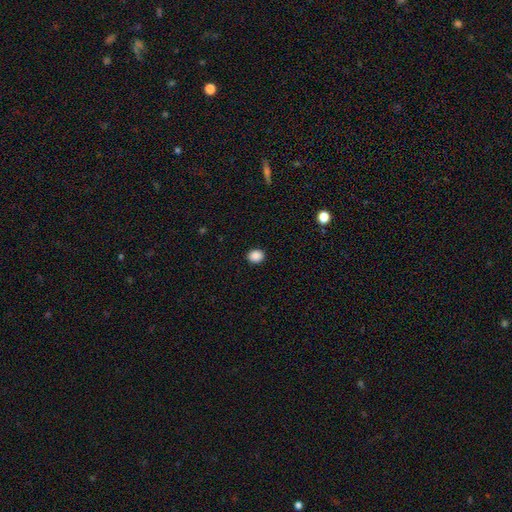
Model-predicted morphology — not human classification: Q: Smooth or featured?
A: smooth (89%); runner-up: star or artifact (9%)
Q: How rounded?
A: round (64%); runner-up: in between (35%)
Q: Merging?
A: none (91%); runner-up: minor disturbance (6%)